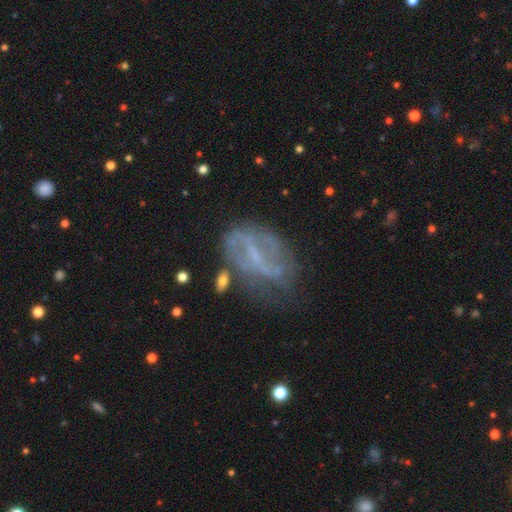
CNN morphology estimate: A featured or disk galaxy (69%) with a weak bar (42%), spiral arms (63%) and a small central bulge (47%). Merging: none (47%).